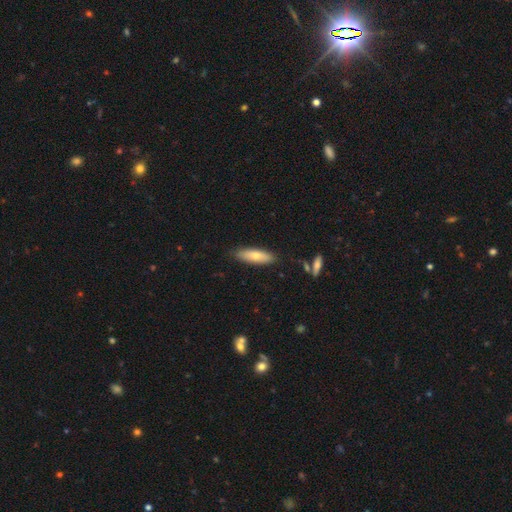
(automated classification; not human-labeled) This is likely a smooth galaxy (71%). How rounded: possibly cigar-shaped (50%). Merging: clearly none (85%).